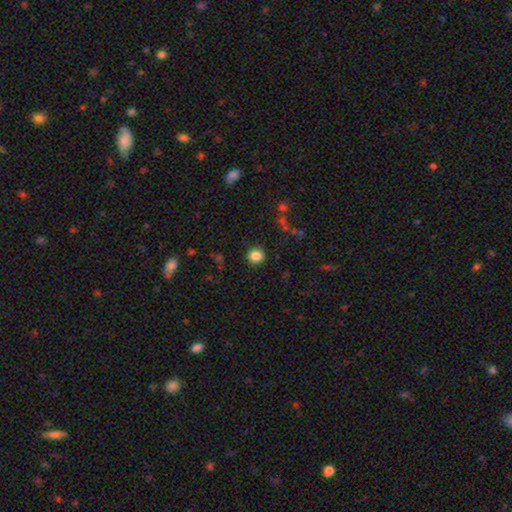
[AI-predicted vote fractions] Smooth or featured? Predicted: smooth (p=0.85). How rounded? Predicted: round (p=0.84). Merging? Predicted: none (p=0.90).